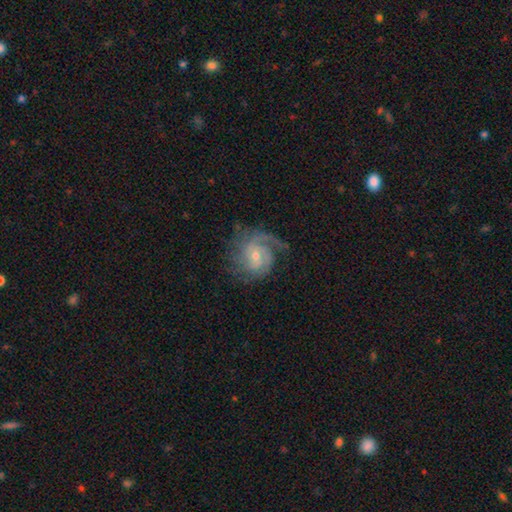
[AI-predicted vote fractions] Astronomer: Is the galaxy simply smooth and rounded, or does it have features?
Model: featured or disk — 84%.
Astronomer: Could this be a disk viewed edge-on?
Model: no — 98%.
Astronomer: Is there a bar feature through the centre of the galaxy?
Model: no — 53% (runner-up: weak, 39%).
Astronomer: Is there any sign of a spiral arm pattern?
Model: yes — 96%.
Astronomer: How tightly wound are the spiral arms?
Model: tight — 45% (runner-up: medium, 39%).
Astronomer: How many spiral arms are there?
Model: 2 — 31% (runner-up: can't tell, 22%).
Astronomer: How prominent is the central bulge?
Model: small — 60% (runner-up: moderate, 36%).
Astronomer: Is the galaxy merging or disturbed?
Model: none — 65%.